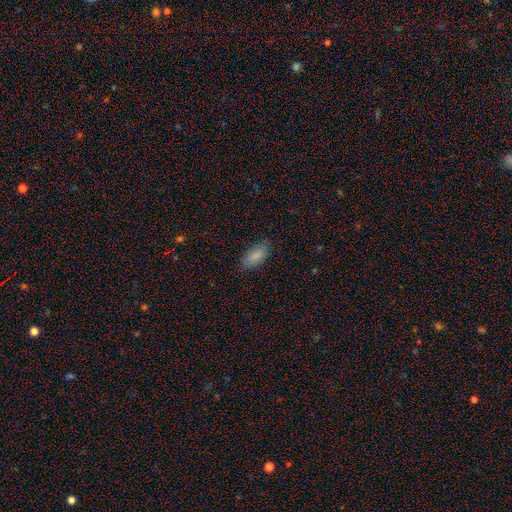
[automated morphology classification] A smooth galaxy with no disk features (85%) that is in between round and cigar-shaped (88%). Merging: none (83%).